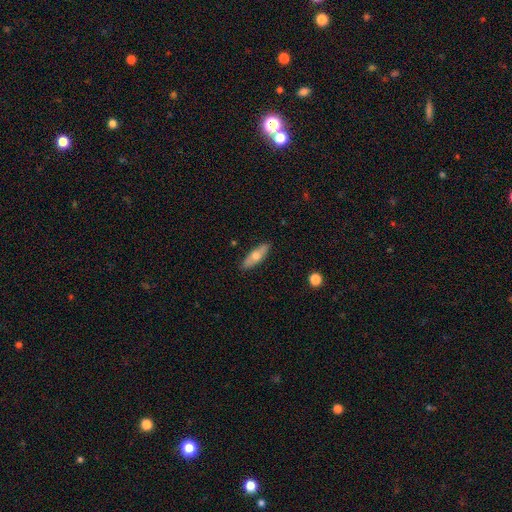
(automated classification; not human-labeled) Morphology: type=smooth (58%); roundness=in between (54%); merging=none (88%).